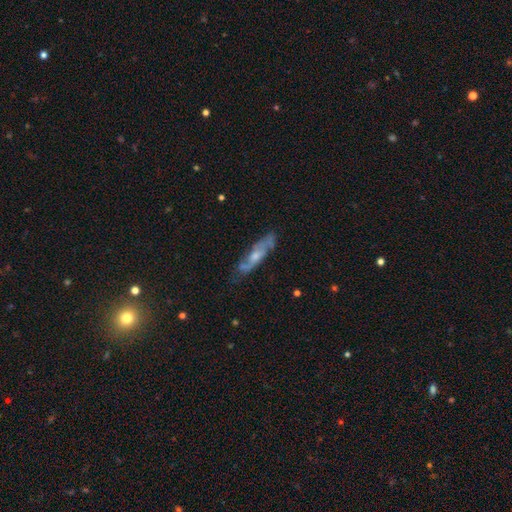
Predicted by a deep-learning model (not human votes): Morphology: type=featured or disk (68%); edge-on=no (58%); merging=none (71%).